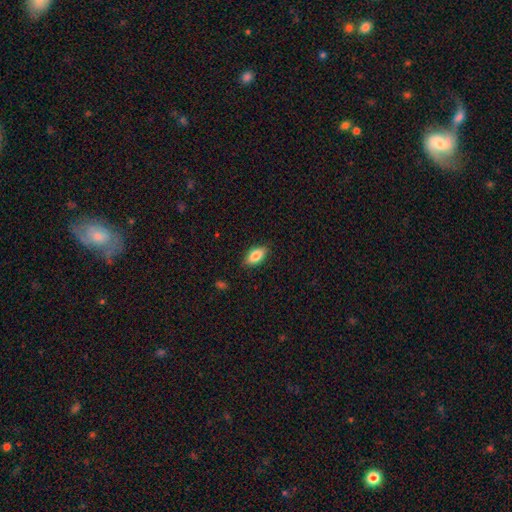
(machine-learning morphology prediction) Smooth or featured: smooth — 85% (featured or disk — 9%)
How rounded: in between — 90% (cigar-shaped — 6%)
Merging: none — 86% (minor disturbance — 10%)